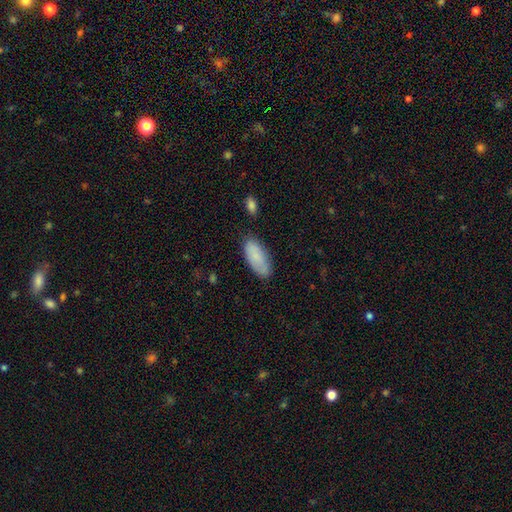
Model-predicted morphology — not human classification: smooth-or-featured: smooth: 83% | featured or disk: 11% | star or artifact: 6%
  how-rounded: in between: 88% | cigar-shaped: 11% | round: 2%
  merging: none: 76% | minor disturbance: 18% | major disturbance: 3% | merger: 3%